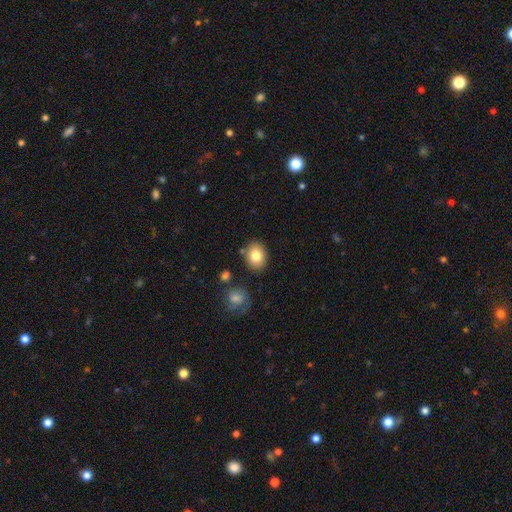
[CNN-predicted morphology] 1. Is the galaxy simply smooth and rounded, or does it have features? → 81% smooth, 10% featured or disk, 9% star or artifact.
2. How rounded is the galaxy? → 52% round, 48% in between, 1% cigar-shaped.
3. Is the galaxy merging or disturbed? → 82% none, 11% minor disturbance, 4% merger, 3% major disturbance.